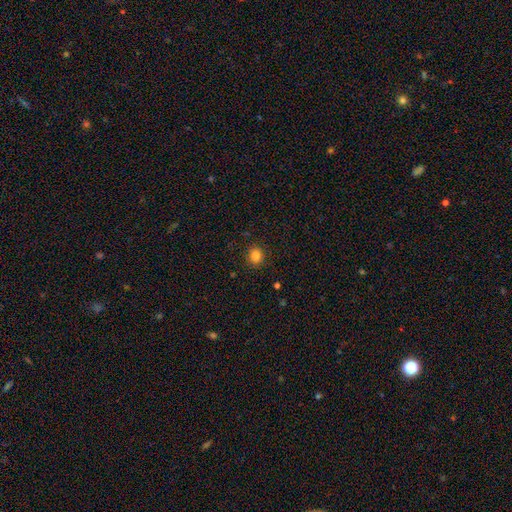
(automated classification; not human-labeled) Smooth or featured?
  - smooth: 85% *
  - star or artifact: 12%
  - featured or disk: 4%
How rounded?
  - round: 71% *
  - in between: 28%
  - cigar-shaped: 1%
Merging?
  - none: 89% *
  - minor disturbance: 8%
  - major disturbance: 3%
  - merger: 1%